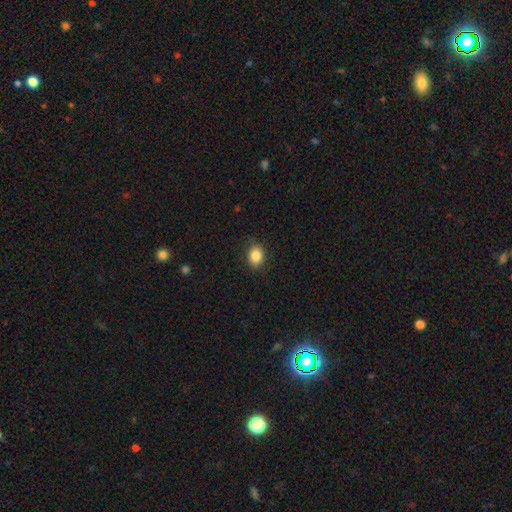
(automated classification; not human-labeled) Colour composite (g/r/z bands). It shows a smooth galaxy with no disk features (87%) that is in between round and cigar-shaped (54%). Merging: none (87%).